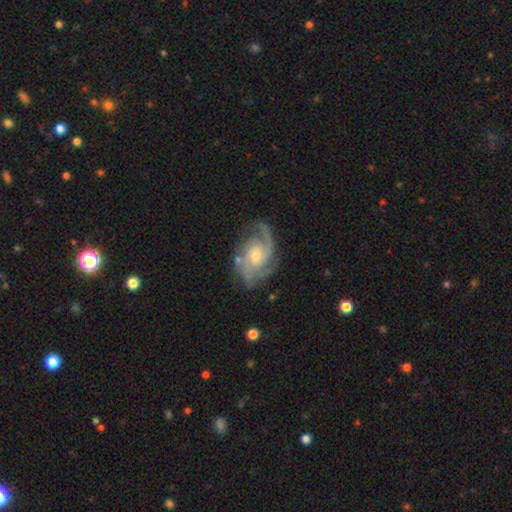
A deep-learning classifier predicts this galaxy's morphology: Overall: featured or disk (90%). Edge-on disk: no (97%). Bar: no (65%; weak 30%). Spiral arms: yes (98%). Spiral arm count: 2 (36%; 3 35%). Spiral winding: medium (46%; tight 44%). Bulge size: moderate (48%; small 47%). Merging: none (73%).